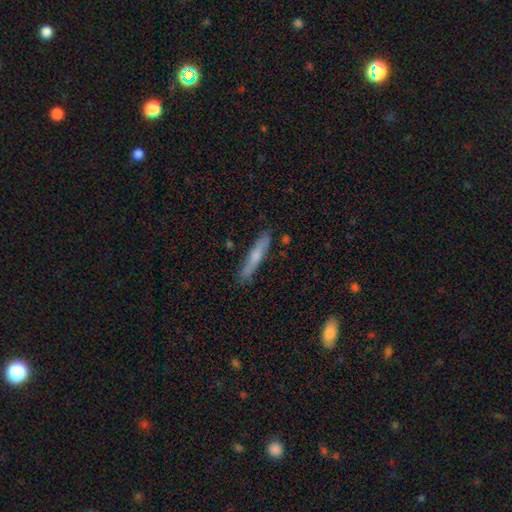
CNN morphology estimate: A smooth galaxy with no disk features (54%) that is cigar-shaped (91%).

Vote fractions:
- Smooth or featured? smooth: 54% / featured or disk: 40% / star or artifact: 6%
- How rounded? cigar-shaped: 91% / in between: 7% / round: 2%
- Merging? none: 86% / minor disturbance: 11% / major disturbance: 2% / merger: 2%